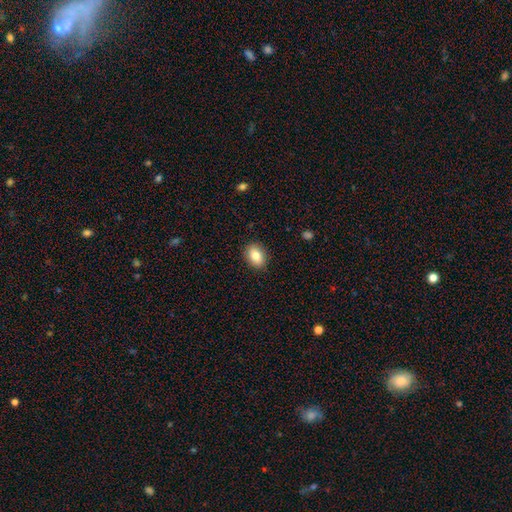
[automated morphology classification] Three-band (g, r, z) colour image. It shows a smooth galaxy with no disk features (83%) that is in between round and cigar-shaped (77%). Merging: none (88%).